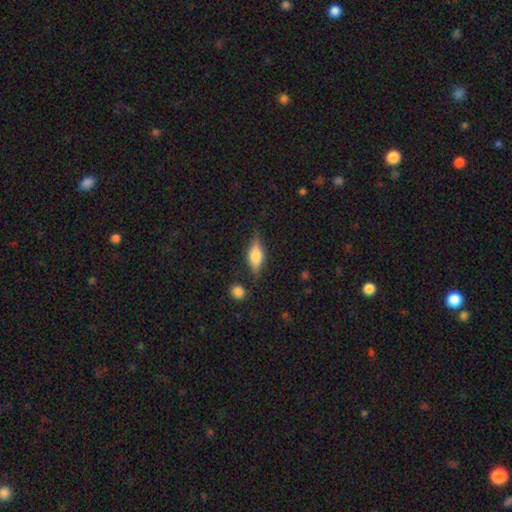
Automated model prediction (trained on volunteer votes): This is possibly a featured or disk galaxy (49%). Merging: likely none (79%).